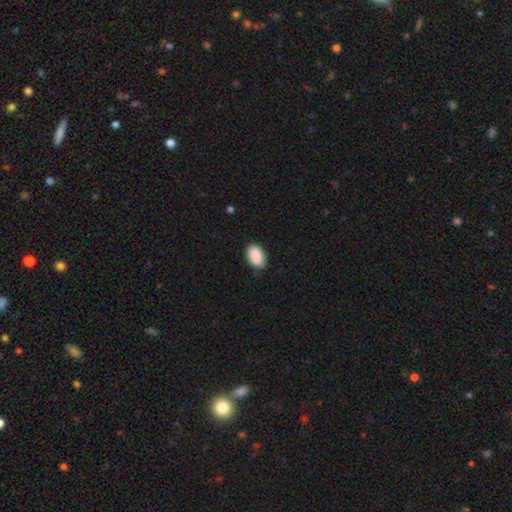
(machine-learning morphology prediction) Smooth or featured? Predicted: smooth (p=0.88). How rounded? Predicted: in between (p=0.91). Merging? Predicted: none (p=0.81).